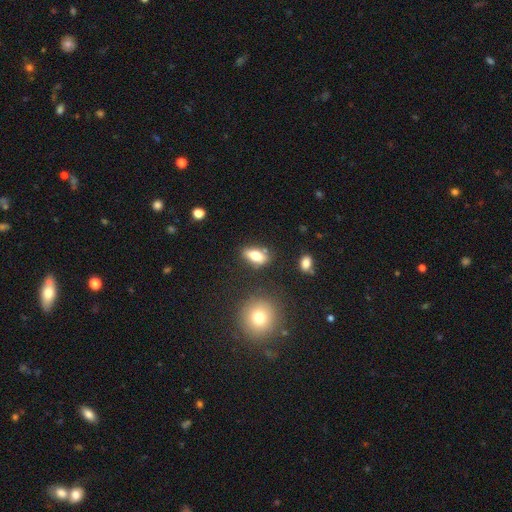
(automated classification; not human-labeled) Smooth or featured? Predicted: smooth (p=0.71). How rounded? Predicted: in between (p=0.80). Merging? Predicted: none (p=0.75).